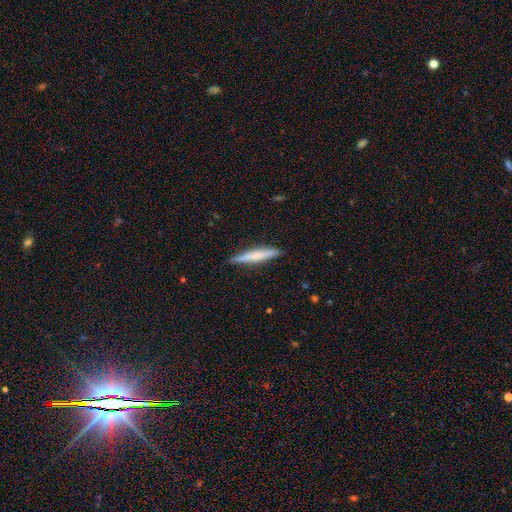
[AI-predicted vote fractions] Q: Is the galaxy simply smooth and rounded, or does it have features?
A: smooth — 57%.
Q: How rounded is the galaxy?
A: cigar-shaped — 94%.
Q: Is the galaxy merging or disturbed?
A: none — 91%.